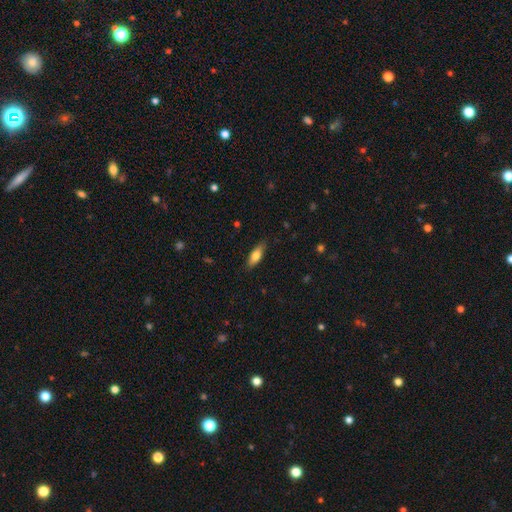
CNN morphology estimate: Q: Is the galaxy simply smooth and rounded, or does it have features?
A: smooth — 72%.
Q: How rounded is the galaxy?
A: in between — 65%.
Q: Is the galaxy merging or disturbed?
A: none — 85%.